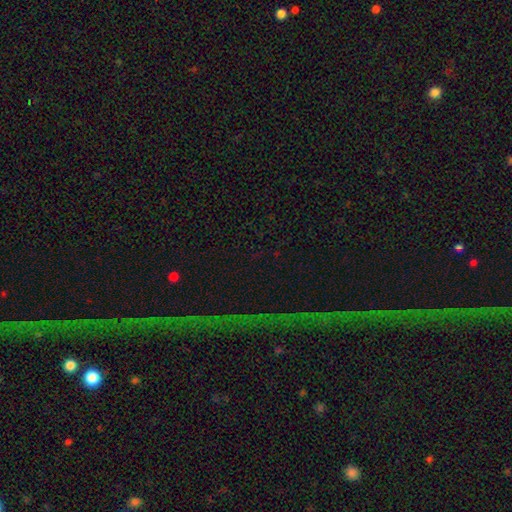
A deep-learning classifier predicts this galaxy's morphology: star or artifact 76%, smooth 16%, featured or disk 8%.